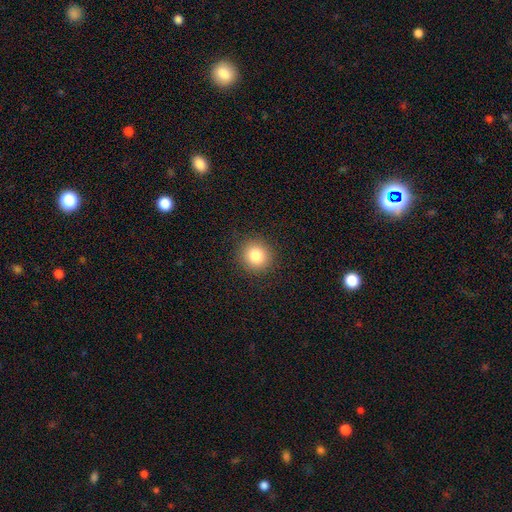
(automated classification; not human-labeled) Smooth or featured? smooth (83%)
How rounded? round (91%)
Merging? none (90%)